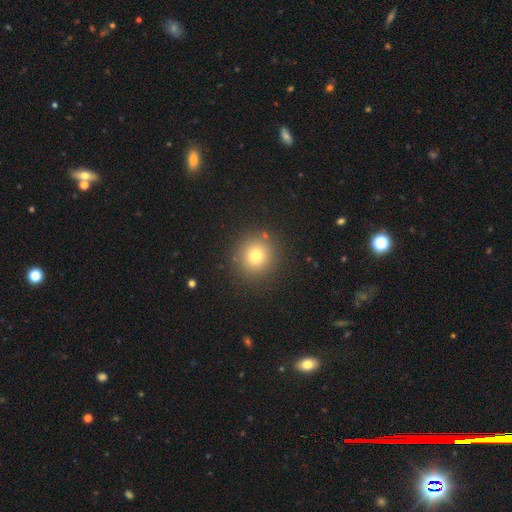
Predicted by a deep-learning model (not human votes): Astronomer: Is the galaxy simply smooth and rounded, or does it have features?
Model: smooth — 76%.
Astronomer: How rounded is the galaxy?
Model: round — 92%.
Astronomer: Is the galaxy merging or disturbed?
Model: none — 88%.